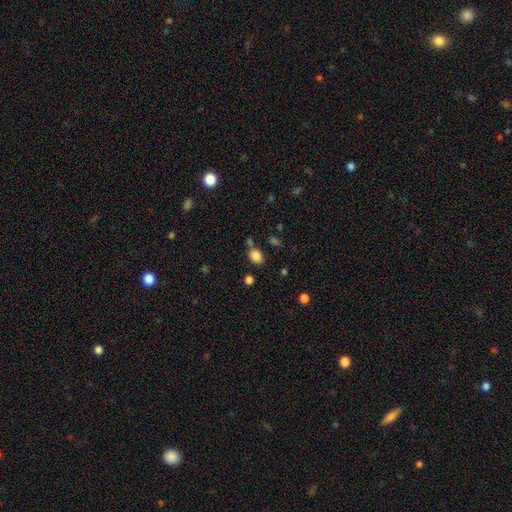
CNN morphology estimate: smooth-or-featured: smooth: 84% | star or artifact: 11% | featured or disk: 5%
  how-rounded: in between: 61% | round: 38% | cigar-shaped: 1%
  merging: none: 71% | minor disturbance: 14% | merger: 12% | major disturbance: 4%